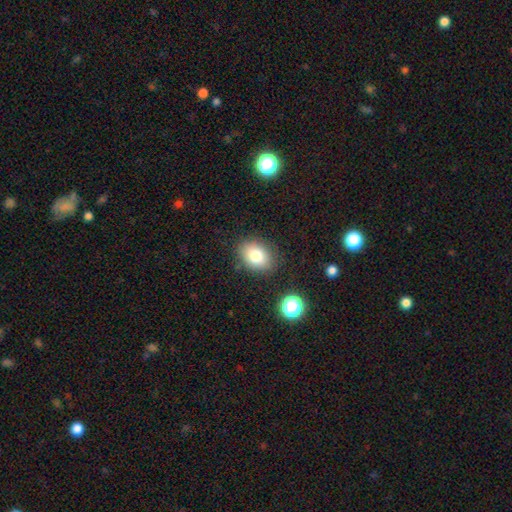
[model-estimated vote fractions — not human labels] smooth-or-featured: smooth: 80% | star or artifact: 10% | featured or disk: 10%
  how-rounded: in between: 69% | round: 30% | cigar-shaped: 1%
  merging: none: 84% | minor disturbance: 11% | major disturbance: 3% | merger: 2%